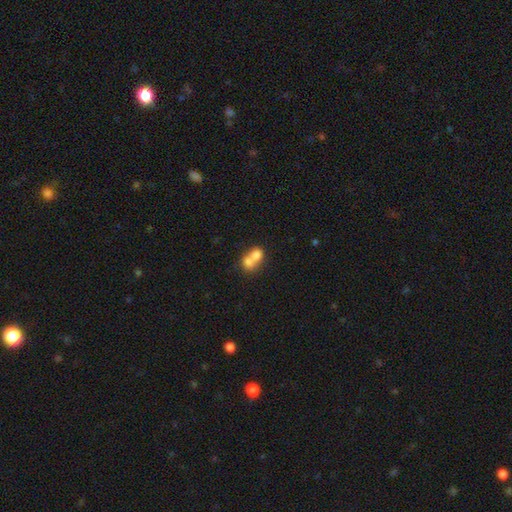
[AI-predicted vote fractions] smooth_or_featured: smooth (p=0.72) [alt: featured or disk p=0.19]
how_rounded: round (p=0.59) [alt: in between p=0.40]
merging: merger (p=0.74) [alt: none p=0.19]